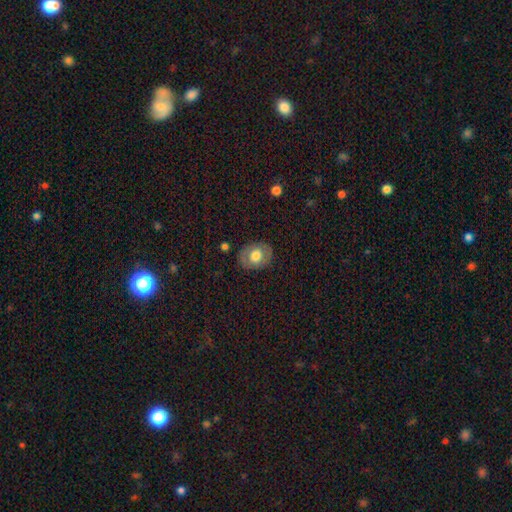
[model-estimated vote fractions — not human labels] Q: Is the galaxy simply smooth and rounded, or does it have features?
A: smooth — 63%.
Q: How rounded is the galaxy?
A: in between — 60%.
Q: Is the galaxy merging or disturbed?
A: none — 83%.